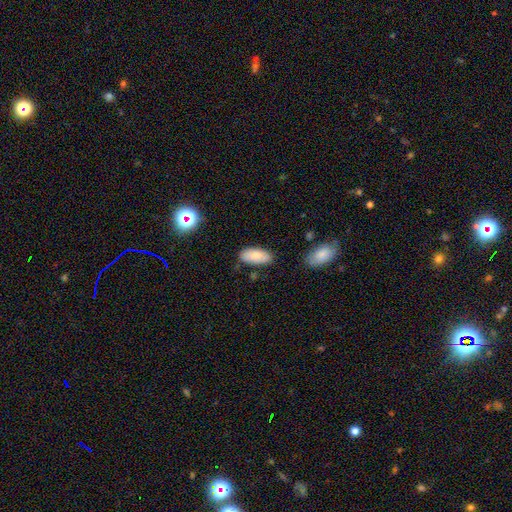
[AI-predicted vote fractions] Morphology: type=smooth (82%); roundness=in between (91%); merging=none (81%).